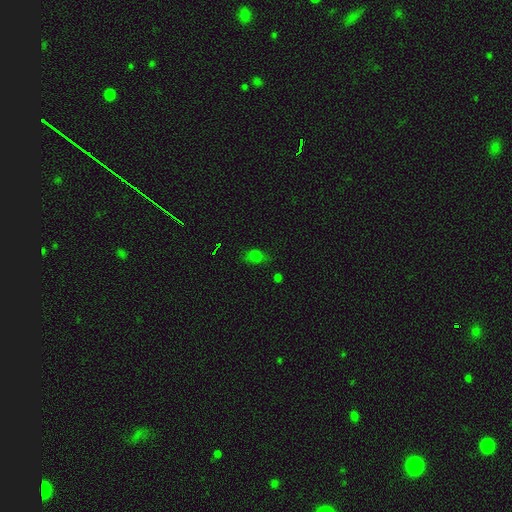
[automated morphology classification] A smooth galaxy with no disk features (68%) that is in between round and cigar-shaped (67%).

Vote fractions:
- Smooth or featured? smooth: 68% / star or artifact: 25% / featured or disk: 8%
- How rounded? in between: 67% / round: 30% / cigar-shaped: 3%
- Merging? none: 64% / minor disturbance: 24% / major disturbance: 9% / merger: 3%